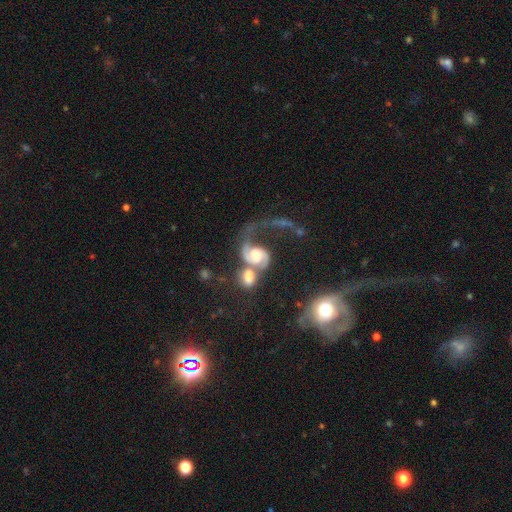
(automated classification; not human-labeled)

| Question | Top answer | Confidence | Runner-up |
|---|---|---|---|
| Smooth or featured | featured or disk | 77% | smooth (16%) |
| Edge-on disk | no | 97% | yes (3%) |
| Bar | no | 59% | weak (31%) |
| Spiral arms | yes | 93% | no (7%) |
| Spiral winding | loose | 48% | medium (35%) |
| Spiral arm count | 2 | 60% | 1 (32%) |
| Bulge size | moderate | 45% | large (31%) |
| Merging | merger | 63% | major disturbance (18%) |